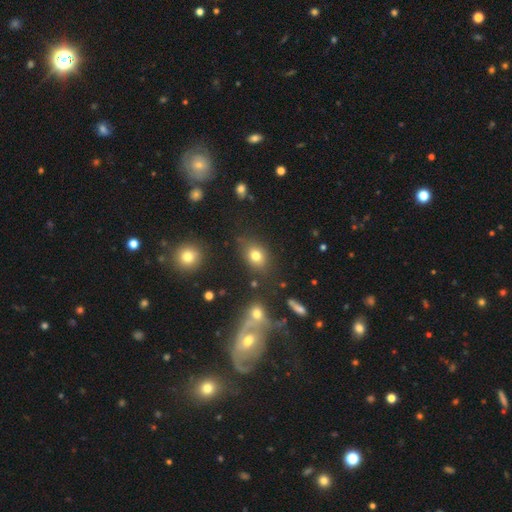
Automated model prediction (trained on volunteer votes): This is likely a smooth galaxy (75%). How rounded: possibly in between (56%). Merging: likely none (77%).